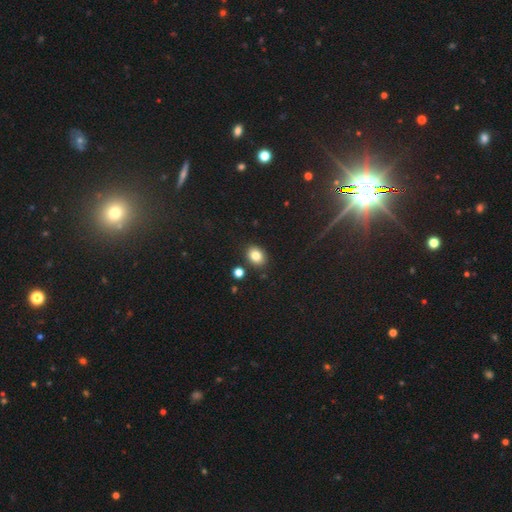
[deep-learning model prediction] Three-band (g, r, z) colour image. It shows a smooth galaxy with no disk features (82%) that is in between round and cigar-shaped (57%). Merging: none (85%).